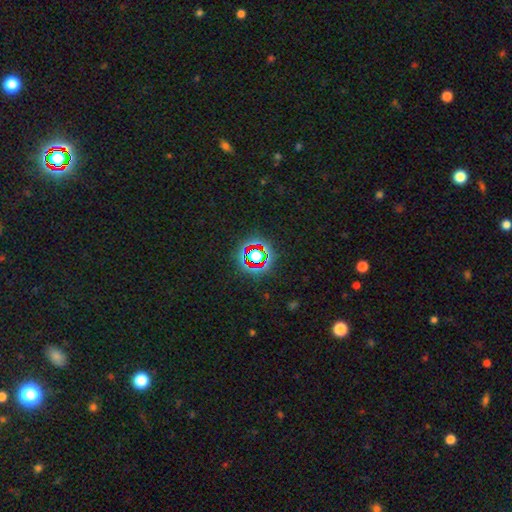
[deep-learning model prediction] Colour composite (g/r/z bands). It shows a star or artifact, not a galaxy (71%).